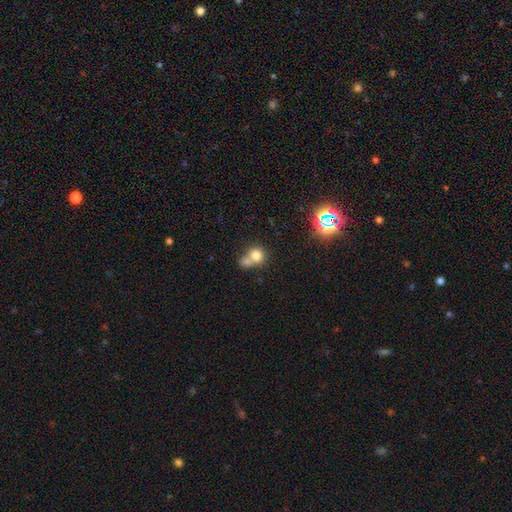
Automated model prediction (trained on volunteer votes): A smooth galaxy with no disk features (76%) that is round (80%).

Vote fractions:
- Smooth or featured? smooth: 76% / star or artifact: 12% / featured or disk: 12%
- How rounded? round: 80% / in between: 19% / cigar-shaped: 1%
- Merging? merger: 54% / none: 34% / minor disturbance: 8% / major disturbance: 4%